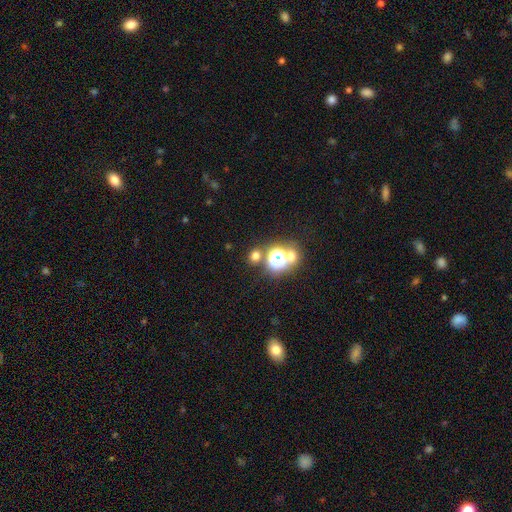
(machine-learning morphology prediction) Smooth or featured? smooth (62%)
How rounded? round (78%)
Merging? none (75%)